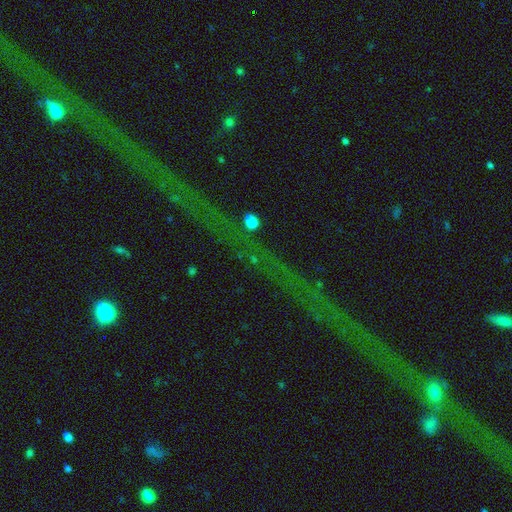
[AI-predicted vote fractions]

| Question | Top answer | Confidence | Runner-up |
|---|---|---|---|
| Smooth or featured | star or artifact | 77% | featured or disk (14%) |